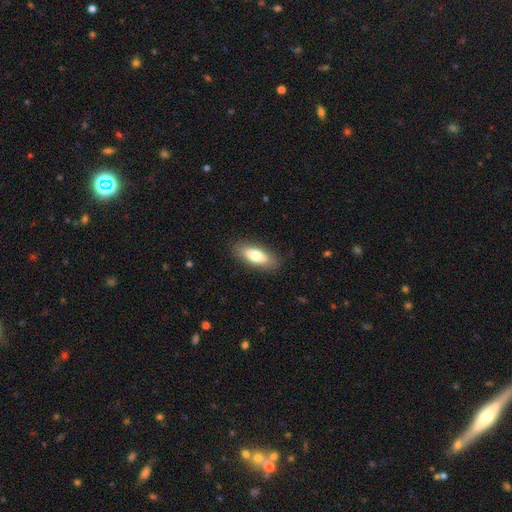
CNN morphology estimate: smooth_or_featured: smooth (p=0.73) [alt: featured or disk p=0.20]
how_rounded: in between (p=0.76) [alt: cigar-shaped p=0.21]
merging: none (p=0.87) [alt: minor disturbance p=0.10]